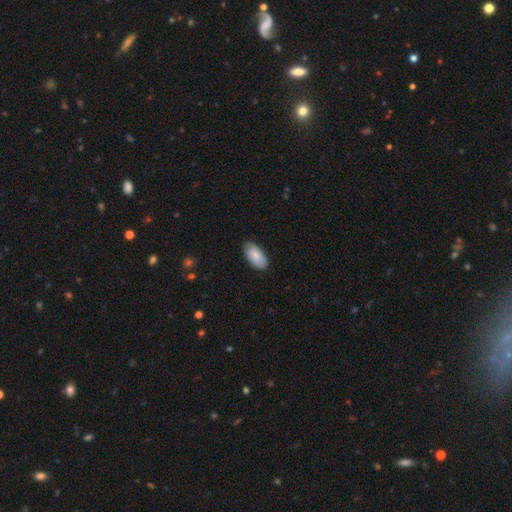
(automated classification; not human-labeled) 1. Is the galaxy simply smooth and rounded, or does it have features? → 82% smooth, 12% featured or disk, 6% star or artifact.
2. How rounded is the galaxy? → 95% in between, 3% cigar-shaped, 2% round.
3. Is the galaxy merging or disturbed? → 82% none, 15% minor disturbance, 2% major disturbance, 1% merger.